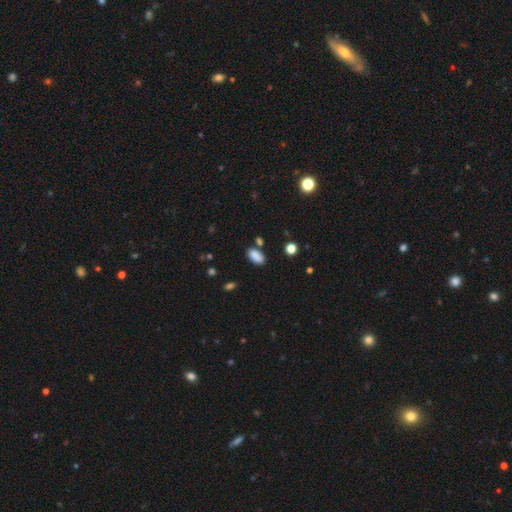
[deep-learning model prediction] smooth-or-featured: smooth: 87% | star or artifact: 9% | featured or disk: 4%
  how-rounded: in between: 92% | round: 4% | cigar-shaped: 4%
  merging: none: 76% | minor disturbance: 13% | merger: 8% | major disturbance: 3%